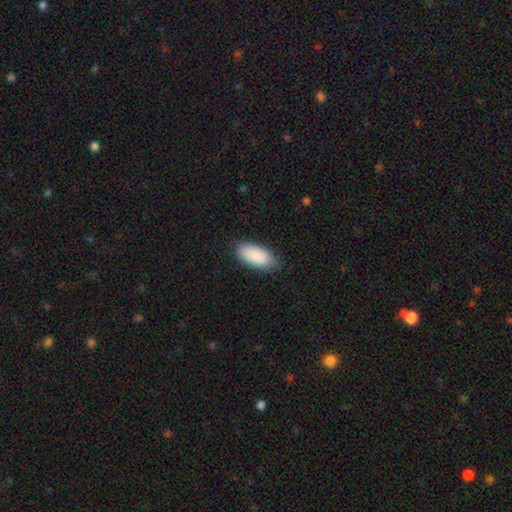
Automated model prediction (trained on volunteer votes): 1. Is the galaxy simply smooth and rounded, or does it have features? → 89% smooth, 6% star or artifact, 5% featured or disk.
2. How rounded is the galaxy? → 91% in between, 8% cigar-shaped, 2% round.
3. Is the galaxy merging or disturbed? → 82% none, 14% minor disturbance, 3% major disturbance, 1% merger.